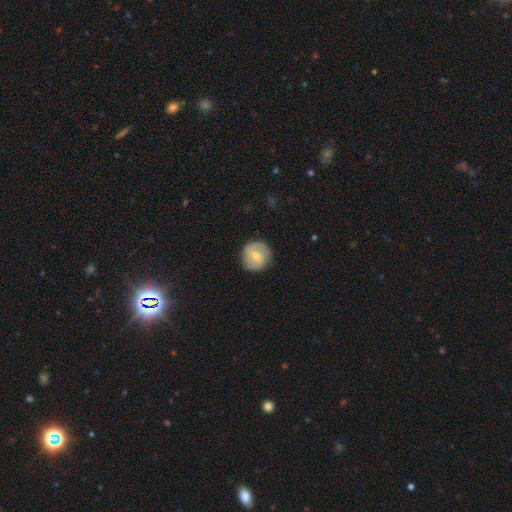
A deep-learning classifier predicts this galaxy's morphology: Q: Smooth or featured?
A: featured or disk (47%); runner-up: smooth (46%)
Q: Merging?
A: none (82%); runner-up: minor disturbance (13%)